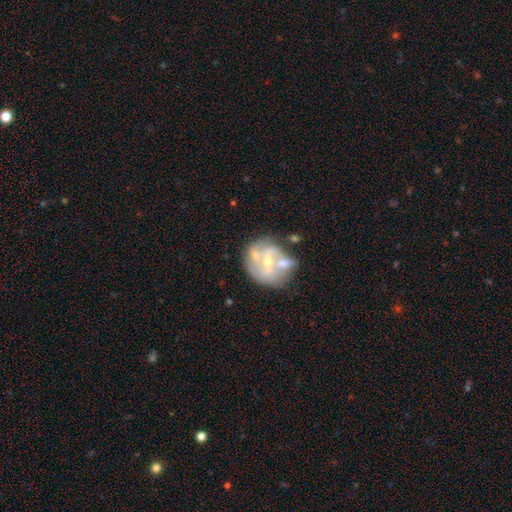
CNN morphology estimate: Smooth or featured?
  - featured or disk: 74% *
  - smooth: 19%
  - star or artifact: 7%
Edge-on disk?
  - no: 97% *
  - yes: 3%
Bar?
  - no: 46% *
  - weak: 39%
  - strong: 15%
Spiral arms?
  - yes: 69% *
  - no: 31%
Bulge size?
  - moderate: 54% *
  - small: 40%
  - large: 2%
  - none: 2%
  - dominant: 1%
Merging?
  - none: 41% *
  - merger: 28%
  - minor disturbance: 18%
  - major disturbance: 13%